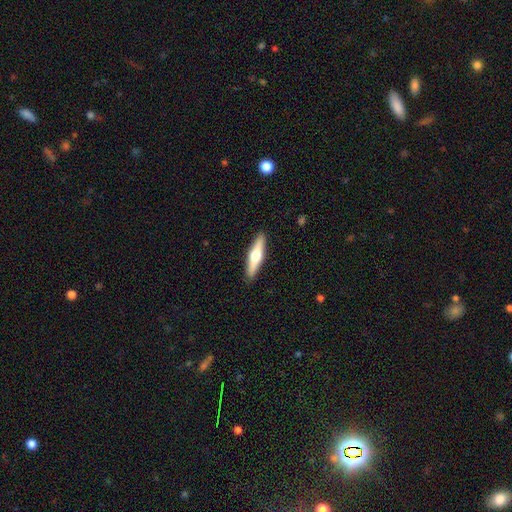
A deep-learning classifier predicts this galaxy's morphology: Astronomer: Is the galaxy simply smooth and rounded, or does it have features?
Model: featured or disk — 52% (runner-up: smooth, 43%).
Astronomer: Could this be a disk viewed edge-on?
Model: yes — 95%.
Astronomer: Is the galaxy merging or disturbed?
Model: none — 91%.